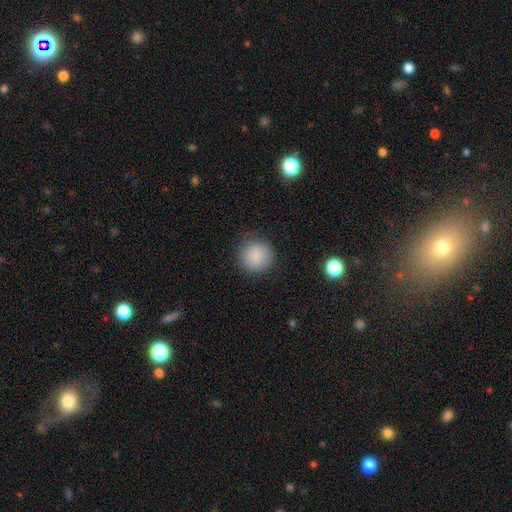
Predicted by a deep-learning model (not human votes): smooth 87%, star or artifact 8%, featured or disk 5%. Down the decision tree: how rounded — round (93%); merging — none (83%).